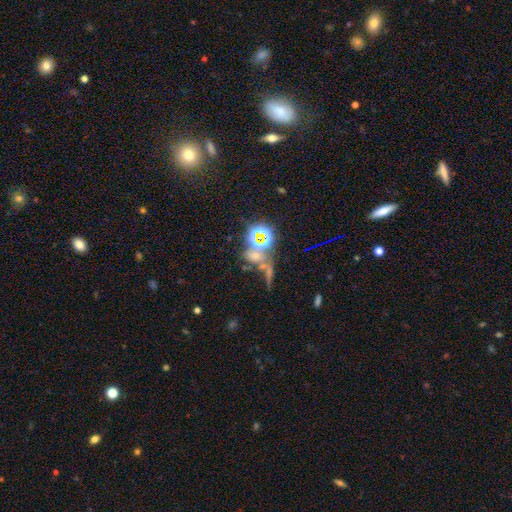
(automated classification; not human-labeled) Overall: star or artifact (51%; smooth 32%).